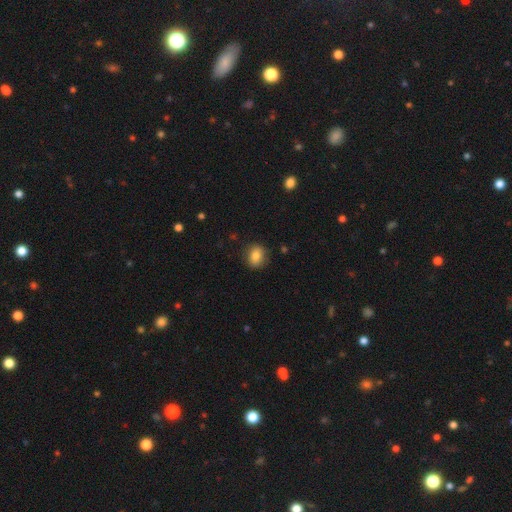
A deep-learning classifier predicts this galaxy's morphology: Overall: smooth (82%). How rounded: round (58%; in between 40%). Merging: none (85%).